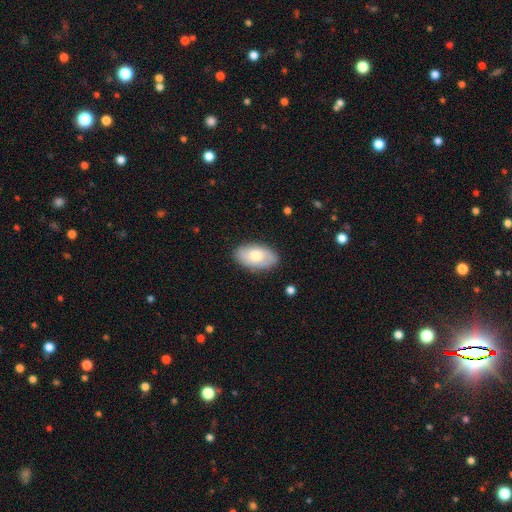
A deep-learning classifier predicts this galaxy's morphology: smooth-or-featured: smooth: 66% | featured or disk: 28% | star or artifact: 6%
  how-rounded: in between: 94% | round: 4% | cigar-shaped: 2%
  merging: none: 83% | minor disturbance: 13% | major disturbance: 3% | merger: 1%